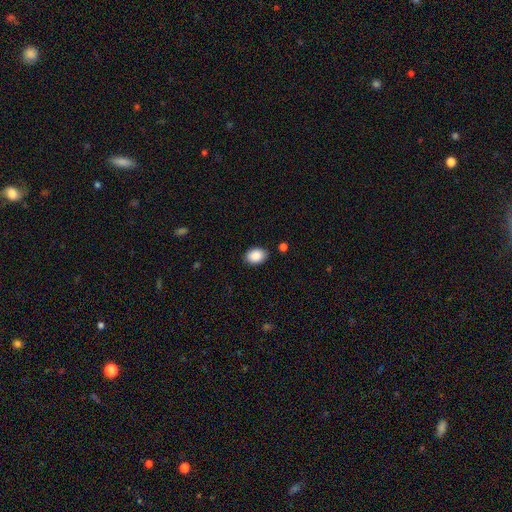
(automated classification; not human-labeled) A smooth galaxy with no disk features (89%) that is in between round and cigar-shaped (77%).

Vote fractions:
- Smooth or featured? smooth: 89% / star or artifact: 7% / featured or disk: 4%
- How rounded? in between: 77% / round: 22% / cigar-shaped: 1%
- Merging? none: 86% / minor disturbance: 10% / major disturbance: 2% / merger: 2%